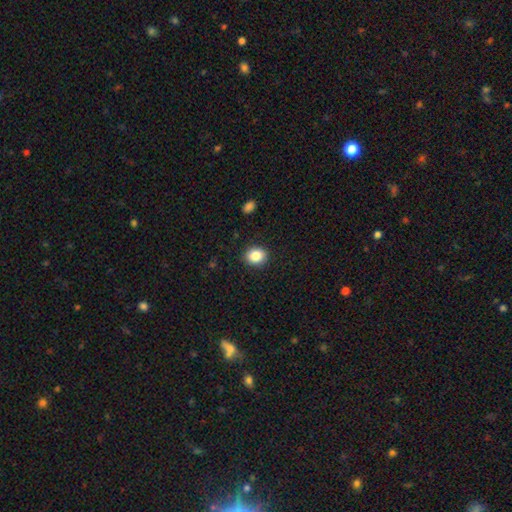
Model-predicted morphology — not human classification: smooth 86%, star or artifact 9%, featured or disk 5%. Down the decision tree: how rounded — round (68%); merging — none (90%).